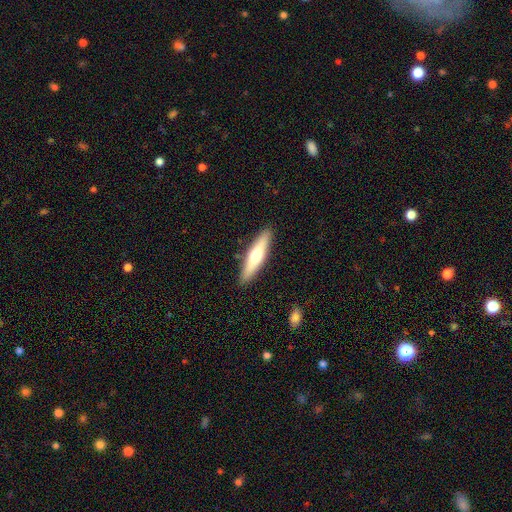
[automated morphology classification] smooth 53%, featured or disk 42%, star or artifact 5%. Down the decision tree: how rounded — cigar-shaped (78%); merging — none (89%).